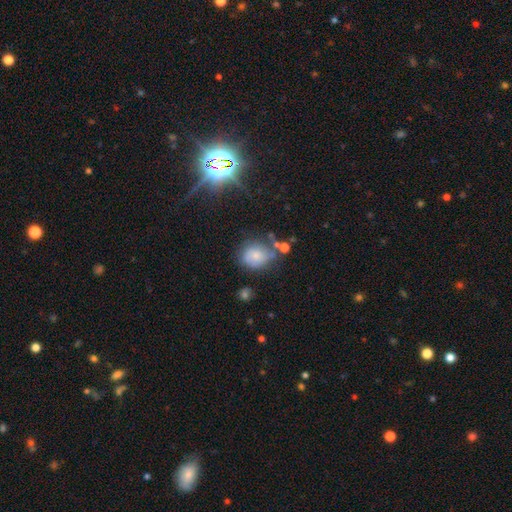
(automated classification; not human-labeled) Smooth or featured?
  - smooth: 62% *
  - featured or disk: 27%
  - star or artifact: 12%
How rounded?
  - round: 63% *
  - in between: 35%
  - cigar-shaped: 1%
Merging?
  - none: 44% *
  - minor disturbance: 29%
  - major disturbance: 16%
  - merger: 11%